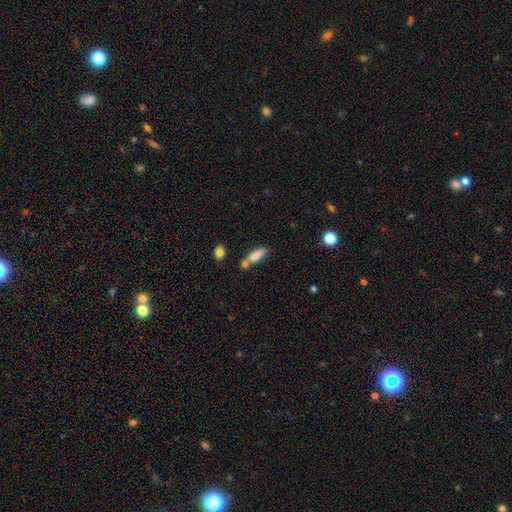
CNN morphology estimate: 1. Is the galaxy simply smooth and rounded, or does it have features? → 82% smooth, 10% featured or disk, 8% star or artifact.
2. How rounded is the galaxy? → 52% cigar-shaped, 46% in between, 2% round.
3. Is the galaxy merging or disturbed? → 60% none, 20% merger, 15% minor disturbance, 4% major disturbance.